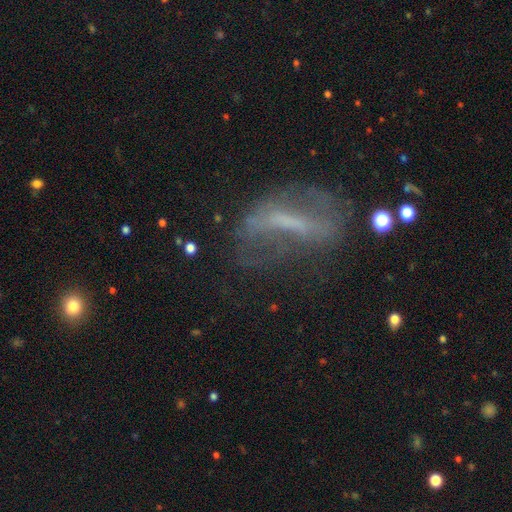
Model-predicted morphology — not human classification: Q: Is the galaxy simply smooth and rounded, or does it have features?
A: featured or disk — 61%.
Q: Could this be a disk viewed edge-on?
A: no — 78%.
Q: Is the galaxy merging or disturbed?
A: none — 46%.